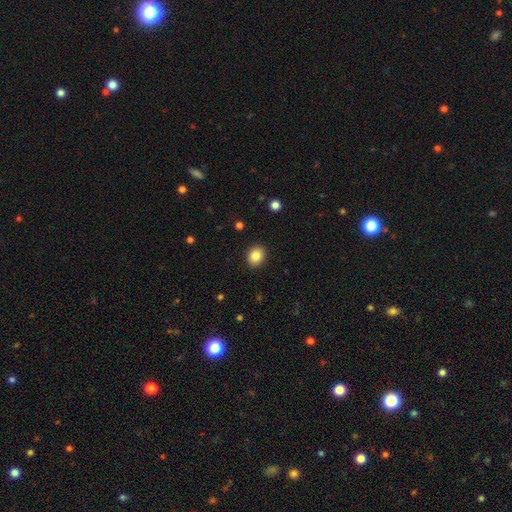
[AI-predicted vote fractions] A smooth galaxy with no disk features (86%) that is round (58%). Merging: none (90%).